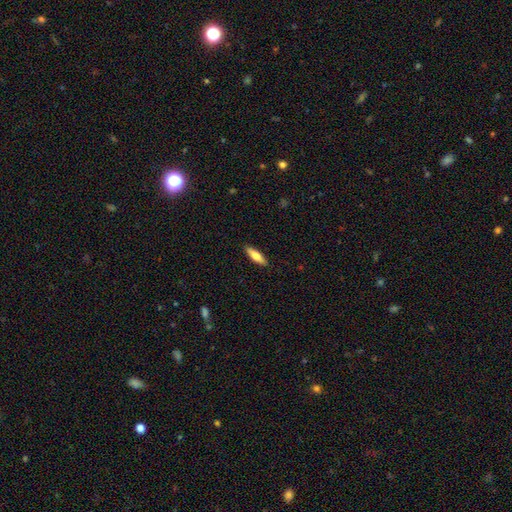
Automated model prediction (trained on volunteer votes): Smooth or featured?
  - smooth: 69% *
  - featured or disk: 26%
  - star or artifact: 6%
How rounded?
  - cigar-shaped: 59% *
  - in between: 39%
  - round: 2%
Merging?
  - none: 89% *
  - minor disturbance: 8%
  - major disturbance: 2%
  - merger: 1%